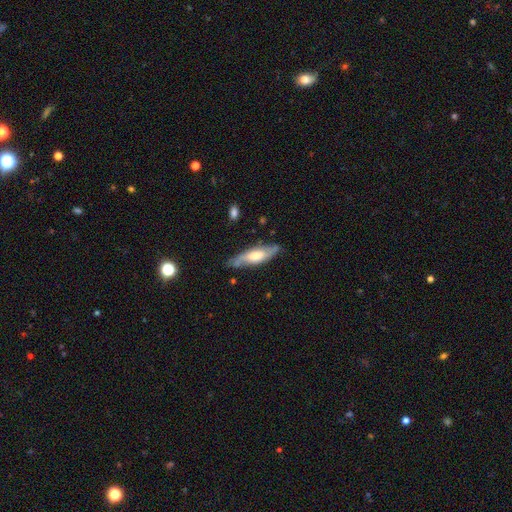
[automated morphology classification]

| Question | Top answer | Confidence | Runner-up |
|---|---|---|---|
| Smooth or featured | featured or disk | 53% | smooth (42%) |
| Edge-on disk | no | 51% | yes (49%) |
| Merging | none | 72% | minor disturbance (21%) |